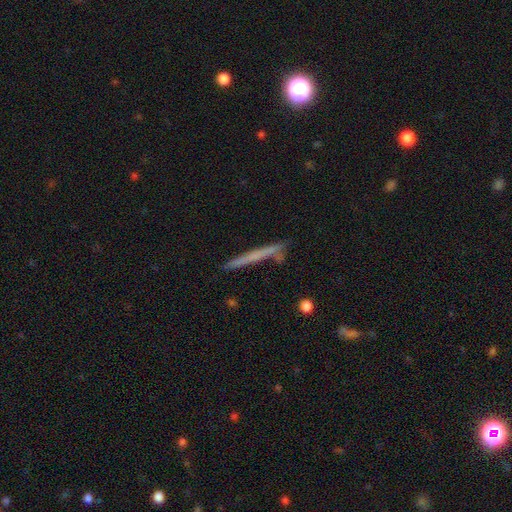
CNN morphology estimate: smooth-or-featured: smooth: 49% | featured or disk: 44% | star or artifact: 7%
  merging: none: 83% | minor disturbance: 12% | merger: 3% | major disturbance: 2%